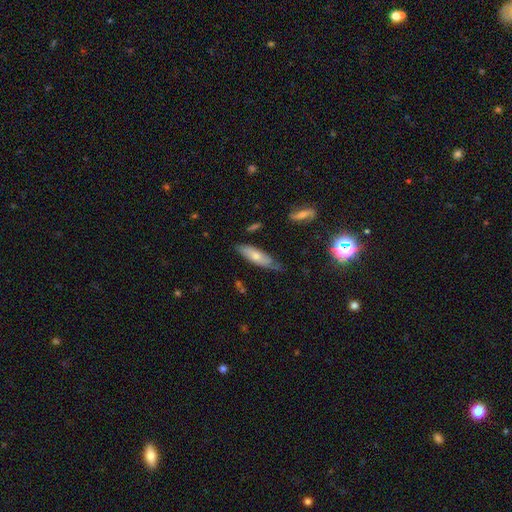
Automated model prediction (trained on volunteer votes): smooth_or_featured: smooth (p=0.55) [alt: featured or disk p=0.36]
how_rounded: cigar-shaped (p=0.53) [alt: in between p=0.44]
merging: none (p=0.64) [alt: minor disturbance p=0.28]